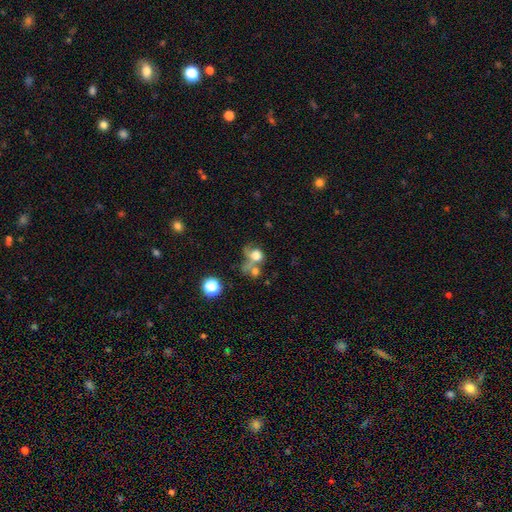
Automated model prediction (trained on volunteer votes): Smooth or featured? smooth (61%)
How rounded? round (69%)
Merging? merger (40%)